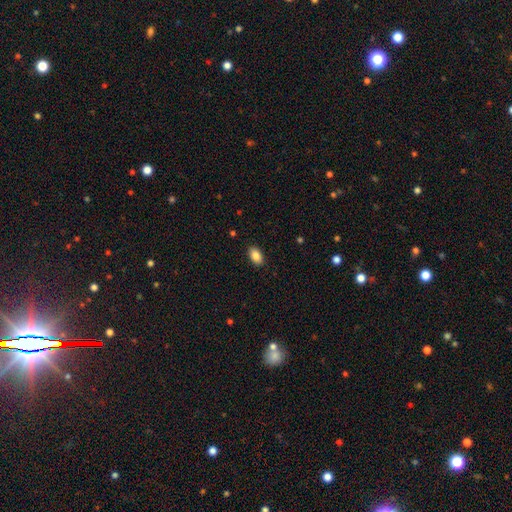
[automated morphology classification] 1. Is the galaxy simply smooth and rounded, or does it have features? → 87% smooth, 8% star or artifact, 5% featured or disk.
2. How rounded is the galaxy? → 92% in between, 6% round, 2% cigar-shaped.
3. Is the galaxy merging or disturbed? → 89% none, 8% minor disturbance, 2% major disturbance, 1% merger.